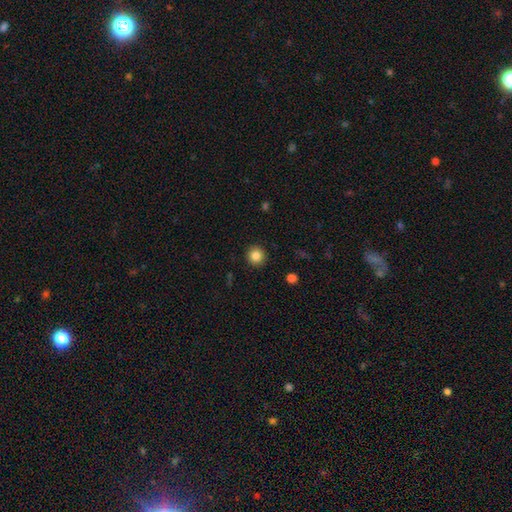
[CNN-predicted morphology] This is clearly a smooth galaxy (85%). How rounded: clearly round (94%). Merging: clearly none (92%).